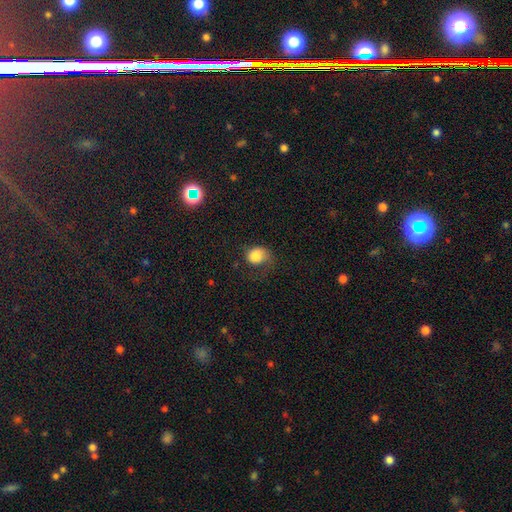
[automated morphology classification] Q: Smooth or featured?
A: smooth (80%); runner-up: featured or disk (11%)
Q: How rounded?
A: round (61%); runner-up: in between (38%)
Q: Merging?
A: none (39%); runner-up: major disturbance (30%)